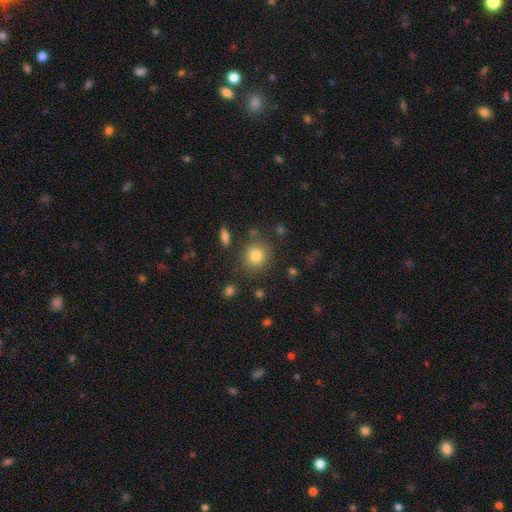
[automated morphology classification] smooth-or-featured: smooth: 81% | star or artifact: 11% | featured or disk: 8%
  how-rounded: round: 84% | in between: 15% | cigar-shaped: 1%
  merging: none: 81% | minor disturbance: 11% | merger: 5% | major disturbance: 4%